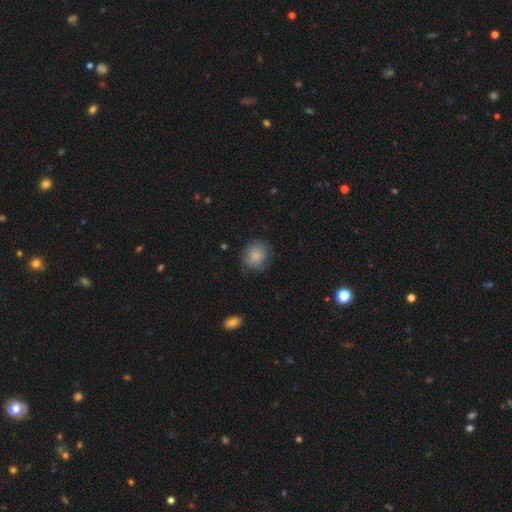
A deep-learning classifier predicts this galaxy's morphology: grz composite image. It shows a smooth galaxy with no disk features (83%) that is round (78%). Merging: none (78%).